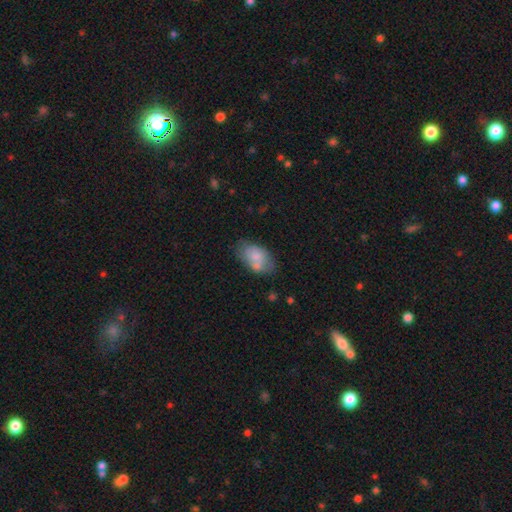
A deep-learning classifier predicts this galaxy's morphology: smooth 68%, featured or disk 25%, star or artifact 7%. Down the decision tree: how rounded — in between (91%); merging — none (48%).